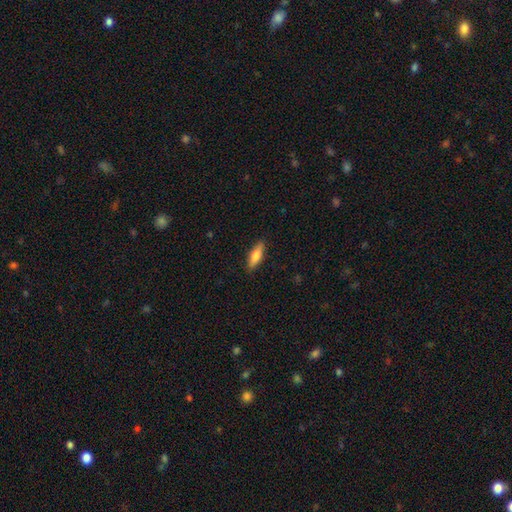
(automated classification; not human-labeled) A smooth galaxy with no disk features (68%) that is in between round and cigar-shaped (51%).

Vote fractions:
- Smooth or featured? smooth: 68% / featured or disk: 26% / star or artifact: 6%
- How rounded? in between: 51% / cigar-shaped: 47% / round: 2%
- Merging? none: 86% / minor disturbance: 10% / major disturbance: 2% / merger: 1%